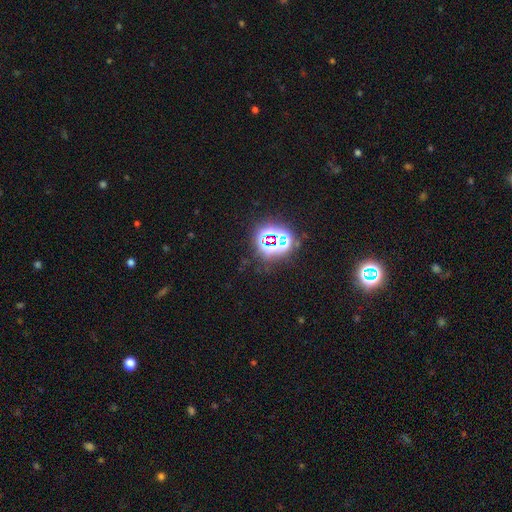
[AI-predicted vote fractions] Morphology: type=star or artifact (81%).